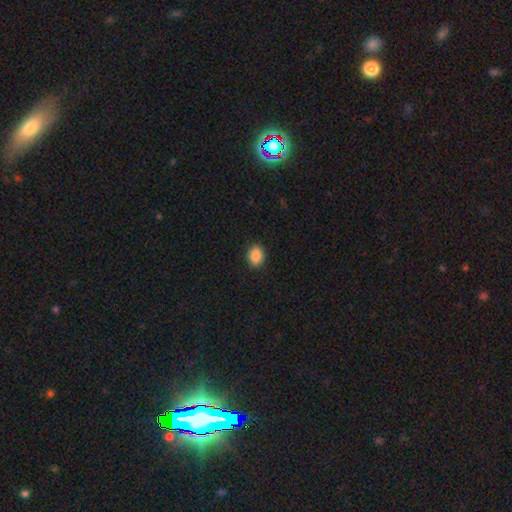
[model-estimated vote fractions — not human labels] Smooth or featured?
  - smooth: 88% *
  - star or artifact: 8%
  - featured or disk: 4%
How rounded?
  - in between: 66% *
  - round: 32%
  - cigar-shaped: 1%
Merging?
  - none: 90% *
  - minor disturbance: 8%
  - major disturbance: 2%
  - merger: 1%